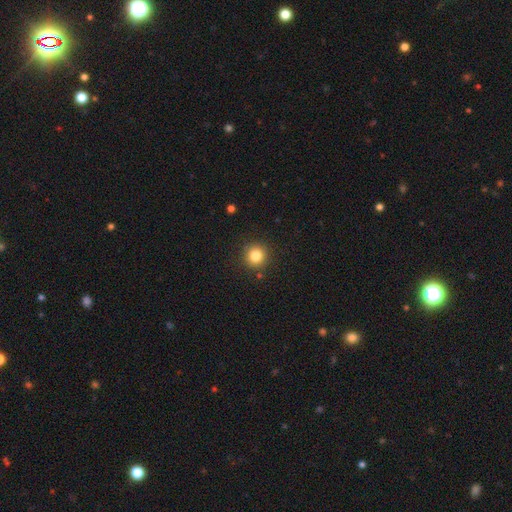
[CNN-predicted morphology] A smooth galaxy with no disk features (83%) that is round (93%).

Vote fractions:
- Smooth or featured? smooth: 83% / star or artifact: 12% / featured or disk: 5%
- How rounded? round: 93% / in between: 6% / cigar-shaped: 1%
- Merging? none: 89% / minor disturbance: 7% / major disturbance: 2% / merger: 2%